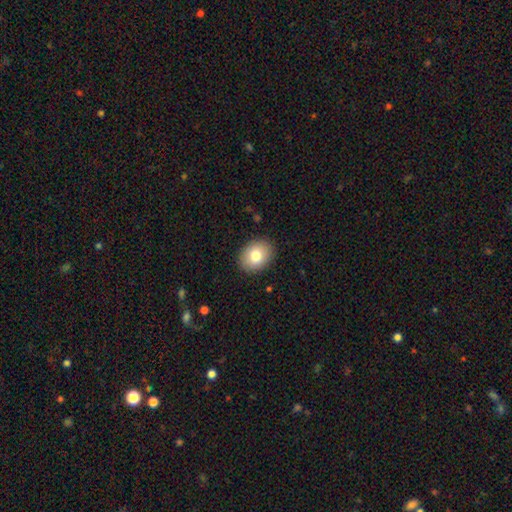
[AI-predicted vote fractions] smooth 80%, featured or disk 12%, star or artifact 8%. Down the decision tree: how rounded — in between (63%); merging — none (89%).